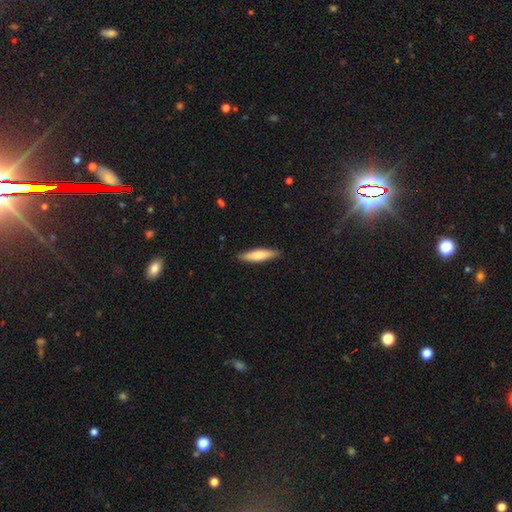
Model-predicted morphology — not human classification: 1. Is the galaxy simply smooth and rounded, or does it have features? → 70% smooth, 24% featured or disk, 6% star or artifact.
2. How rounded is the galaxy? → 78% cigar-shaped, 20% in between, 1% round.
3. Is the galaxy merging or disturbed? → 89% none, 8% minor disturbance, 2% major disturbance, 1% merger.